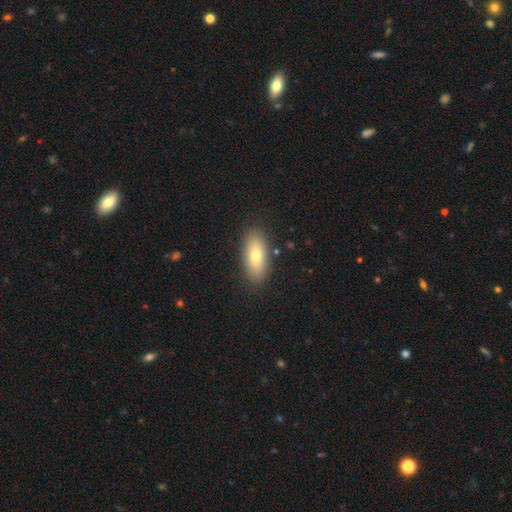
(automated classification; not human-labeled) smooth_or_featured: smooth (p=0.72) [alt: featured or disk p=0.20]
how_rounded: in between (p=0.82) [alt: cigar-shaped p=0.15]
merging: none (p=0.88) [alt: minor disturbance p=0.09]